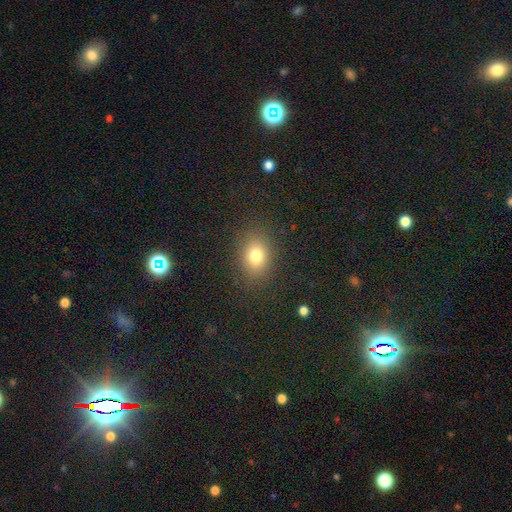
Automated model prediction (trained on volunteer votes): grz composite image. It shows a smooth galaxy with no disk features (78%) that is in between round and cigar-shaped (63%). Merging: none (85%).